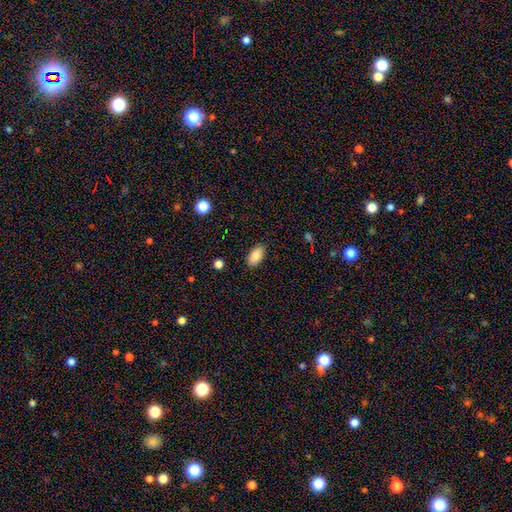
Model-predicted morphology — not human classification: Q: Smooth or featured?
A: smooth (86%); runner-up: star or artifact (7%)
Q: How rounded?
A: in between (93%); runner-up: round (4%)
Q: Merging?
A: none (85%); runner-up: minor disturbance (11%)